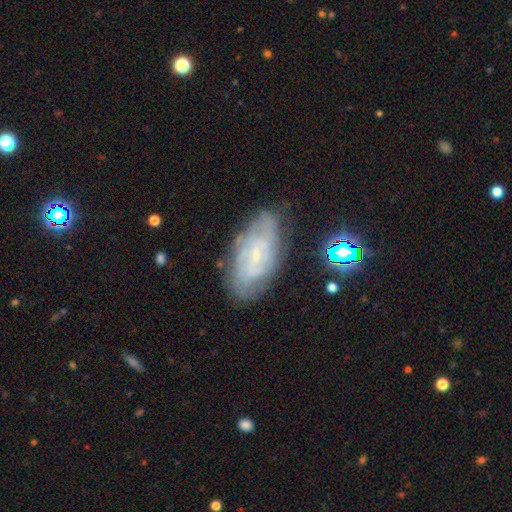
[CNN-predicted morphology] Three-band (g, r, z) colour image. It shows a featured or disk galaxy (63%) with no bar (46%), spiral arms (79%) and a small central bulge (67%). Merging: none (70%).